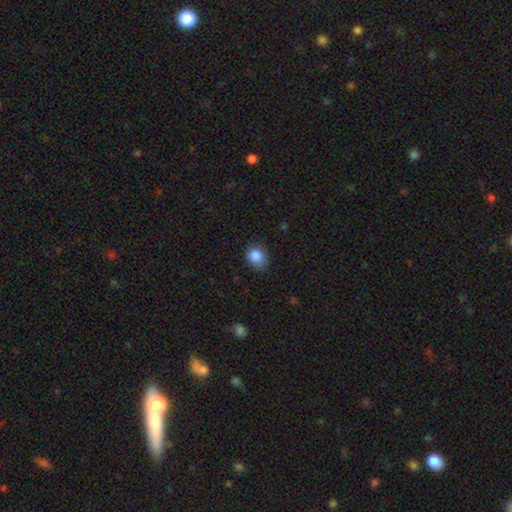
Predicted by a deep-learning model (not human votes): Morphology: type=smooth (87%); roundness=round (60%); merging=none (66%).